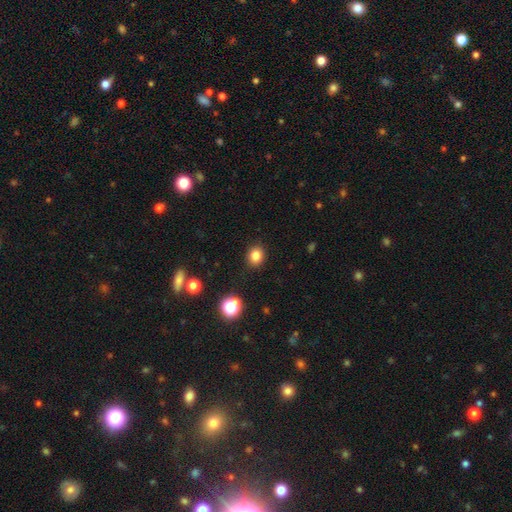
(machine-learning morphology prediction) A smooth galaxy with no disk features (82%) that is round (70%).

Vote fractions:
- Smooth or featured? smooth: 82% / star or artifact: 13% / featured or disk: 5%
- How rounded? round: 70% / in between: 30% / cigar-shaped: 1%
- Merging? none: 90% / minor disturbance: 7% / major disturbance: 2% / merger: 1%